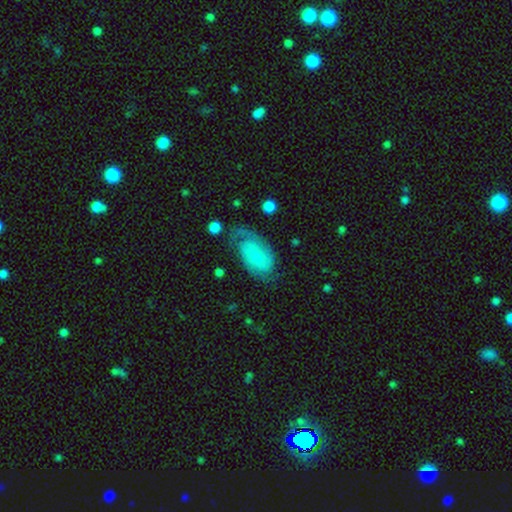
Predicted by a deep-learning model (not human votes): Smooth or featured?
  - featured or disk: 71% *
  - smooth: 23%
  - star or artifact: 7%
Edge-on disk?
  - no: 96% *
  - yes: 4%
Bar?
  - no: 61% *
  - weak: 32%
  - strong: 7%
Spiral arms?
  - yes: 93% *
  - no: 7%
Spiral winding?
  - tight: 45% *
  - medium: 39%
  - loose: 16%
Spiral arm count?
  - 2: 67% *
  - 1: 15%
  - can't tell: 12%
  - 3: 3%
  - 4: 1%
  - more than 4: 1%
Bulge size?
  - small: 55% *
  - moderate: 26%
  - none: 13%
  - large: 4%
  - dominant: 2%
Merging?
  - none: 61% *
  - minor disturbance: 22%
  - major disturbance: 15%
  - merger: 2%